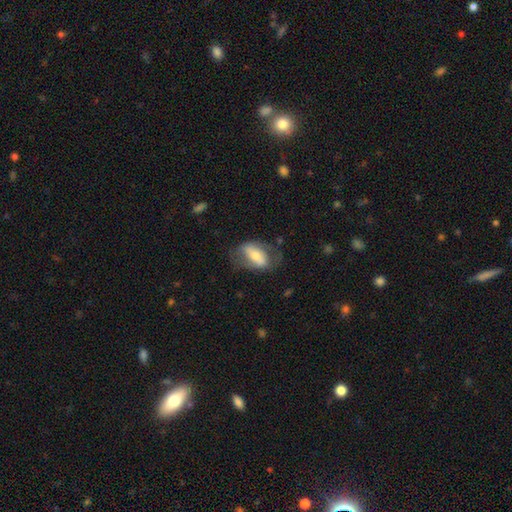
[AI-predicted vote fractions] smooth-or-featured: smooth: 47% (tied) | featured or disk: 47% (tied) | star or artifact: 6%
  merging: none: 58% | minor disturbance: 24% | major disturbance: 15% | merger: 2%